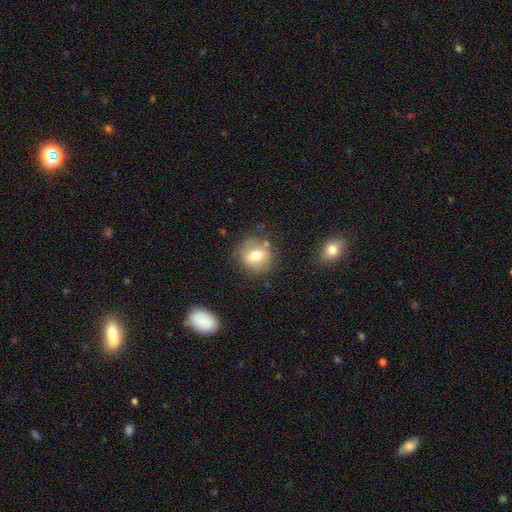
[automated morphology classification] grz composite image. It shows a smooth galaxy with no disk features (68%) that is round (82%). Merging: none (76%).